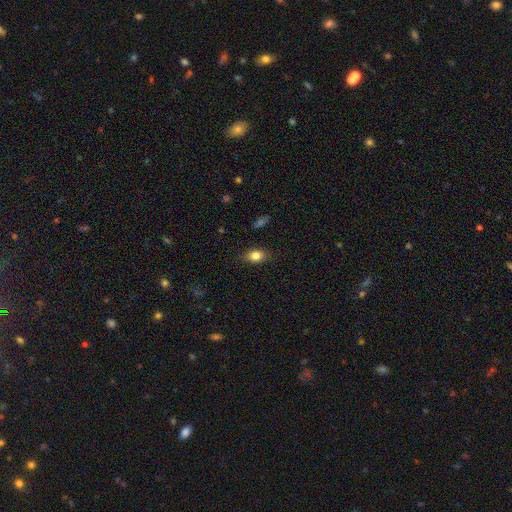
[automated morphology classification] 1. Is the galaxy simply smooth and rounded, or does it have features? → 82% smooth, 9% featured or disk, 9% star or artifact.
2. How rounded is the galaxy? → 75% in between, 22% round, 3% cigar-shaped.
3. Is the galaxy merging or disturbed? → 82% none, 13% minor disturbance, 3% major disturbance, 1% merger.